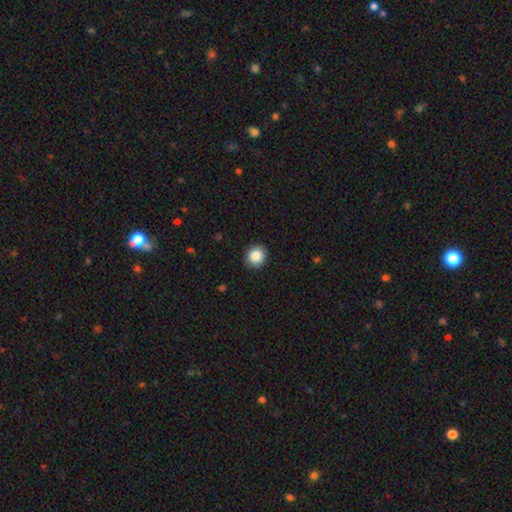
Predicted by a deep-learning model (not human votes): smooth 86%, star or artifact 9%, featured or disk 5%. Down the decision tree: how rounded — round (84%); merging — none (91%).